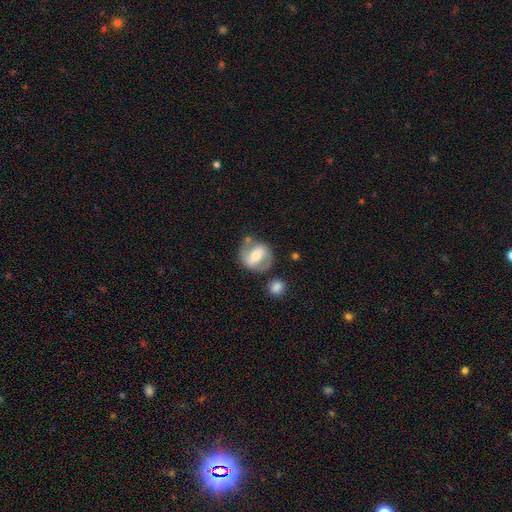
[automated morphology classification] A featured or disk galaxy (61%) with a strong bar (47%), spiral arms (69%) and a moderate central bulge (61%). Merging: none (66%).